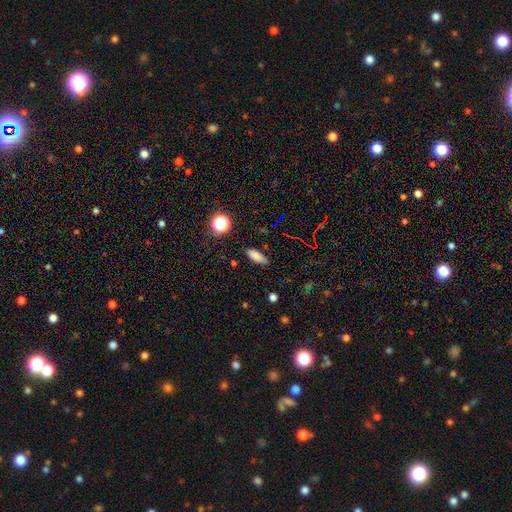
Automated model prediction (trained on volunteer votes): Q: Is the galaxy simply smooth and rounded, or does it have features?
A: smooth — 78%.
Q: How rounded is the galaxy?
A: in between — 71%.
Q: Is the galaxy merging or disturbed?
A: none — 81%.